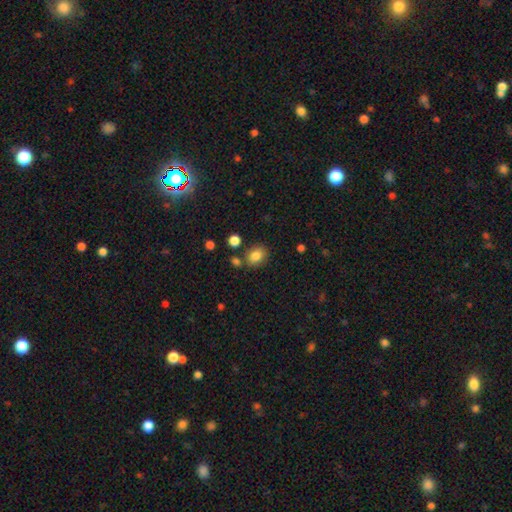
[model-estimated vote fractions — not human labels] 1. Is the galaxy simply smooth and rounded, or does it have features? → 83% smooth, 11% star or artifact, 6% featured or disk.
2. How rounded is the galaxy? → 54% round, 45% in between, 1% cigar-shaped.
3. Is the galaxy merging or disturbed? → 77% none, 12% minor disturbance, 8% merger, 3% major disturbance.